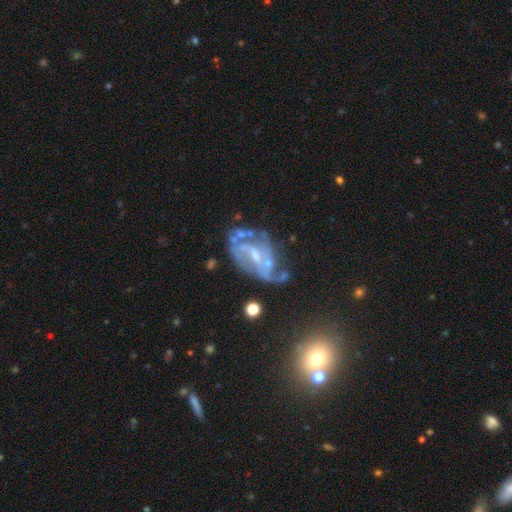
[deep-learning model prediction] The model was most divided on "spiral winding": medium: 44%, tight: 38%, loose: 18%. Remaining: edge-on disk — no (96%); spiral arms — yes (83%); smooth or featured — featured or disk (80%); bulge size — small (60%); merging — none (52%); bar — weak (44%); spiral arm count — 2 (36%).